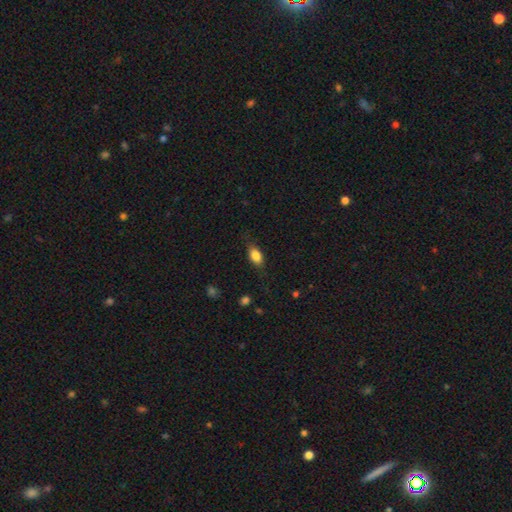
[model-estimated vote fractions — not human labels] Smooth or featured? Predicted: smooth (p=0.81). How rounded? Predicted: in between (p=0.84). Merging? Predicted: none (p=0.75).